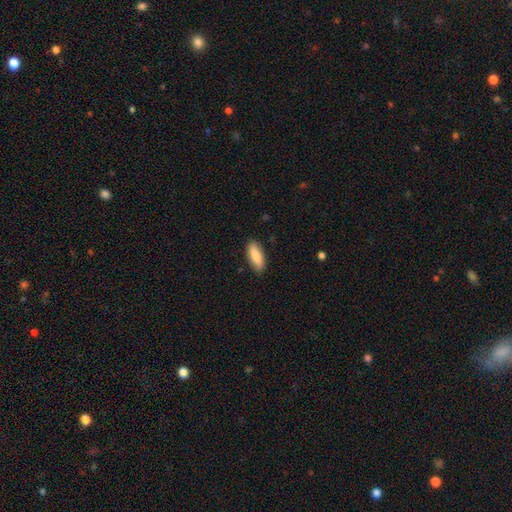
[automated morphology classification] Smooth or featured? Predicted: smooth (p=0.80). How rounded? Predicted: in between (p=0.70). Merging? Predicted: none (p=0.85).